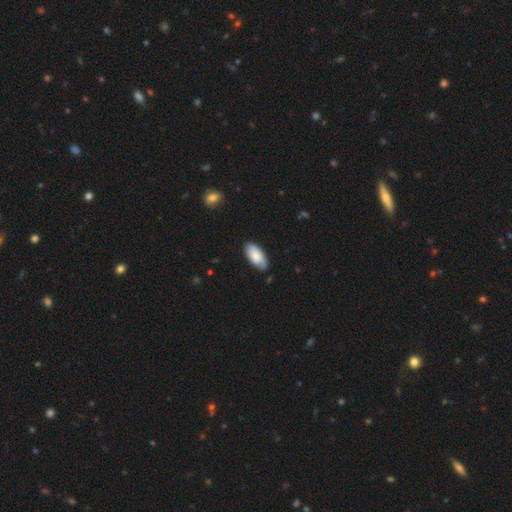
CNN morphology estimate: type=smooth (78%); roundness=in between (93%); merging=none (82%).